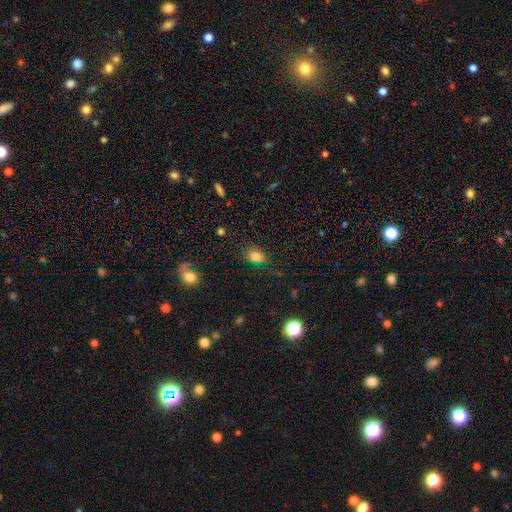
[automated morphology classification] Smooth or featured? Predicted: smooth (p=0.80). How rounded? Predicted: in between (p=0.56). Merging? Predicted: none (p=0.76).